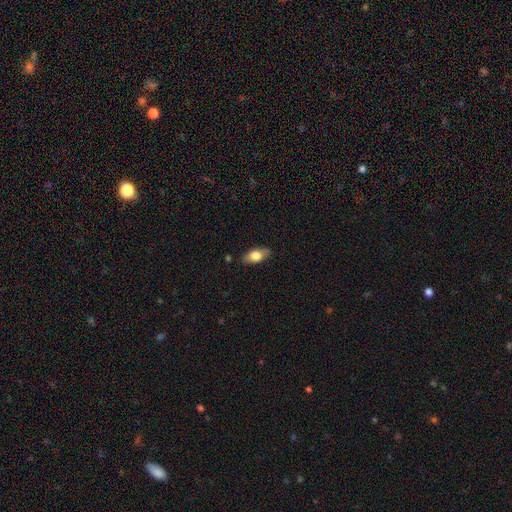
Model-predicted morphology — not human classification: This appears to be a smooth galaxy with no disk features (70%) that is in between round and cigar-shaped (85%). Merging: none (85%).